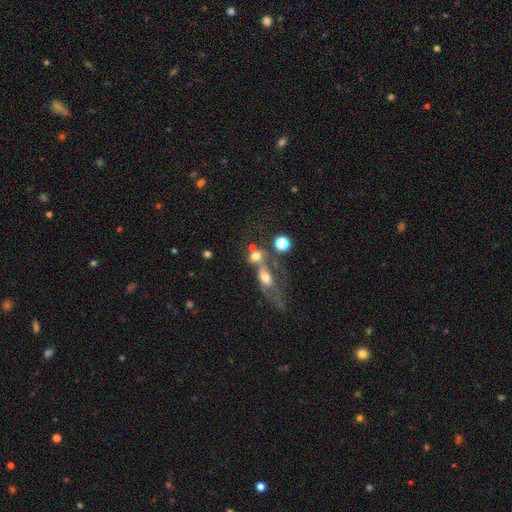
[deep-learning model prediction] Smooth or featured? Predicted: smooth (p=0.62). How rounded? Predicted: round (p=0.54). Merging? Predicted: merger (p=0.57).